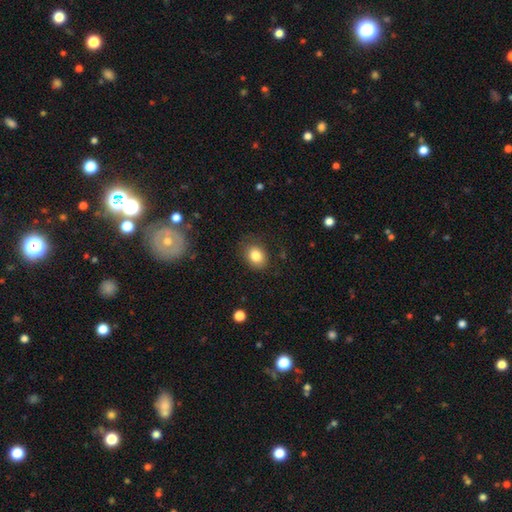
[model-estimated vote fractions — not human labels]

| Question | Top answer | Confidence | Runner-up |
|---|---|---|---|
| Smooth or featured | smooth | 83% | star or artifact (10%) |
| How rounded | in between | 54% | round (46%) |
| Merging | none | 79% | minor disturbance (15%) |